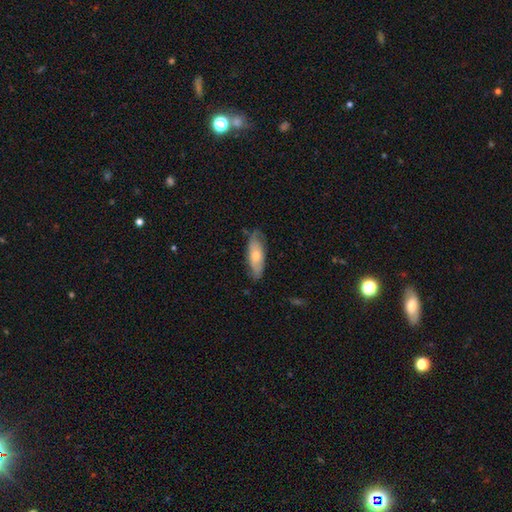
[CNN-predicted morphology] smooth_or_featured: smooth (p=0.62) [alt: featured or disk p=0.33]
how_rounded: in between (p=0.68) [alt: cigar-shaped p=0.30]
merging: none (p=0.72) [alt: minor disturbance p=0.22]